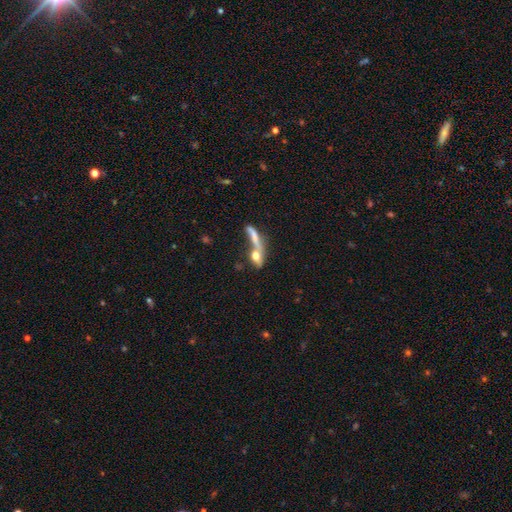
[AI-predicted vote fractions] Smooth or featured: smooth — 56% (featured or disk — 32%)
How rounded: cigar-shaped — 45% (in between — 35%)
Merging: merger — 46% (none — 30%)